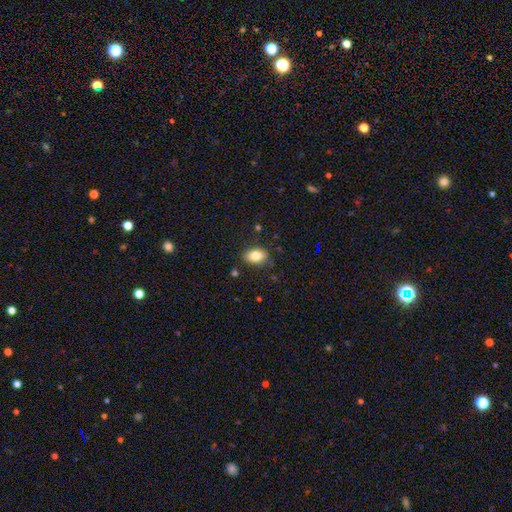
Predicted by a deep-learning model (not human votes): The model was most divided on "merging": none: 82%, minor disturbance: 13%, major disturbance: 3%, merger: 2%. More confident: how rounded — in between (84%); smooth or featured — smooth (82%).